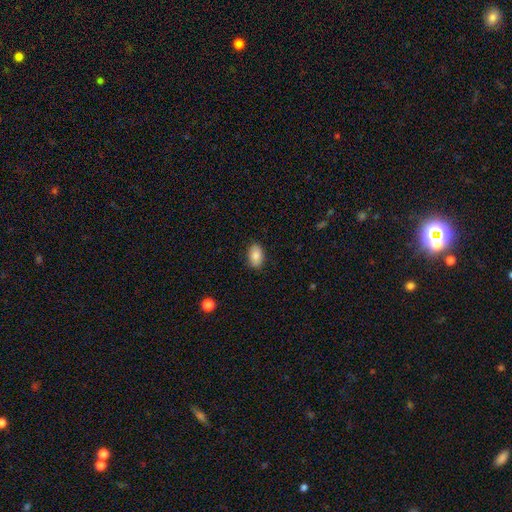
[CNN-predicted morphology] A smooth galaxy with no disk features (83%) that is in between round and cigar-shaped (91%).

Vote fractions:
- Smooth or featured? smooth: 83% / featured or disk: 9% / star or artifact: 7%
- How rounded? in between: 91% / round: 8% / cigar-shaped: 2%
- Merging? none: 87% / minor disturbance: 10% / major disturbance: 2% / merger: 1%